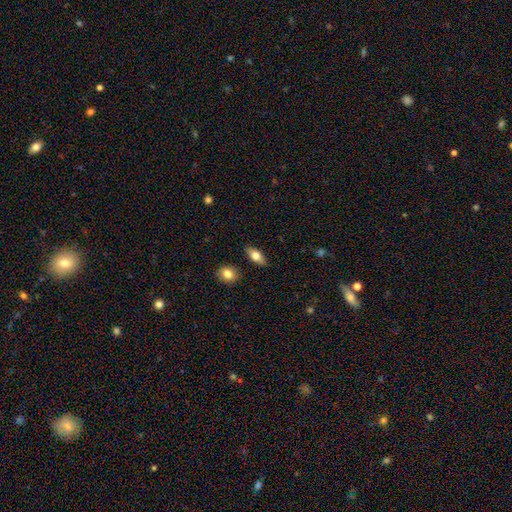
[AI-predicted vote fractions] Smooth or featured: smooth — 68% (featured or disk — 25%)
How rounded: in between — 80% (cigar-shaped — 15%)
Merging: none — 86% (minor disturbance — 10%)